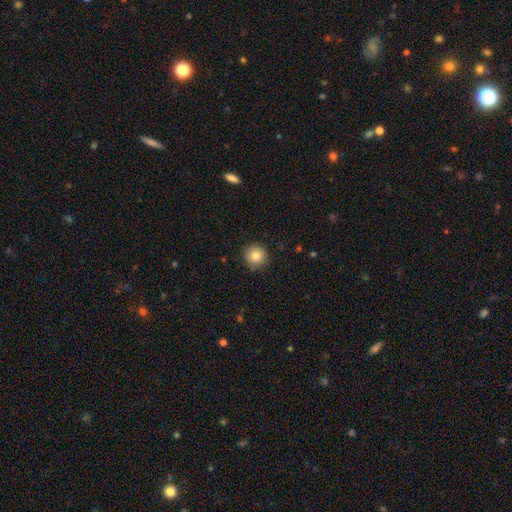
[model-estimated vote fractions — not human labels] Smooth or featured?
  - smooth: 83% *
  - star or artifact: 10%
  - featured or disk: 7%
How rounded?
  - round: 95% *
  - in between: 4%
  - cigar-shaped: 1%
Merging?
  - none: 90% *
  - minor disturbance: 7%
  - major disturbance: 2%
  - merger: 1%